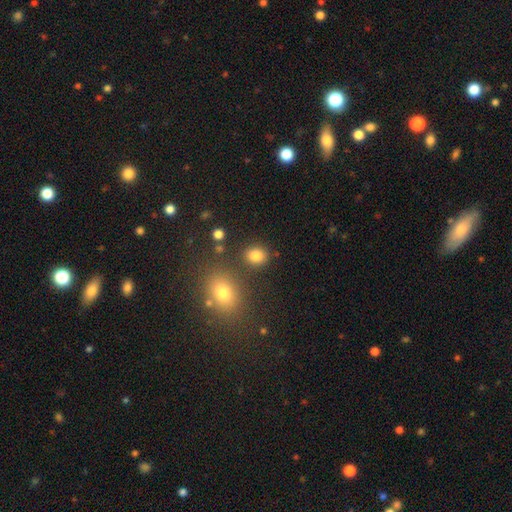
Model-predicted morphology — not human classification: Smooth or featured? Predicted: smooth (p=0.82). How rounded? Predicted: round (p=0.66). Merging? Predicted: none (p=0.82).